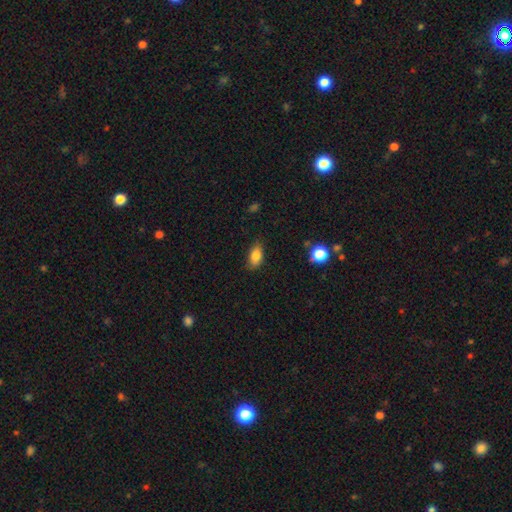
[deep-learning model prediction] Smooth or featured? smooth (83%)
How rounded? in between (86%)
Merging? none (78%)